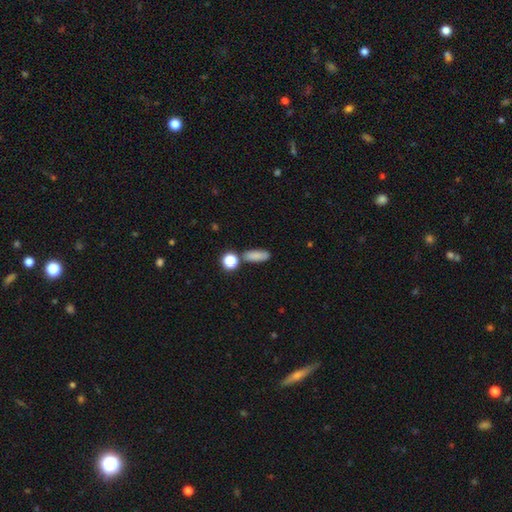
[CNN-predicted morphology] Q: Smooth or featured?
A: smooth (82%); runner-up: star or artifact (10%)
Q: How rounded?
A: in between (64%); runner-up: cigar-shaped (27%)
Q: Merging?
A: none (73%); runner-up: minor disturbance (13%)